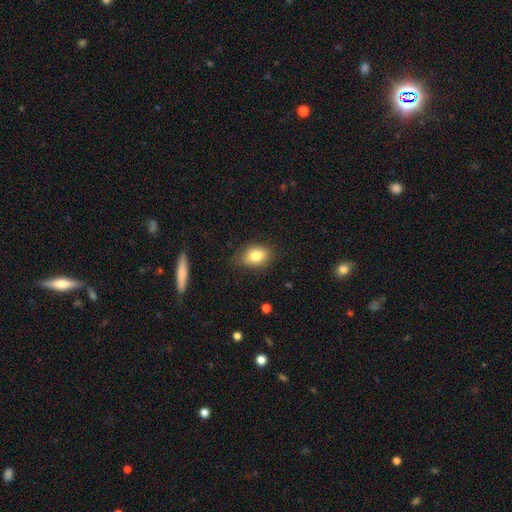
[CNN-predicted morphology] Overall: smooth (81%). How rounded: in between (75%). Merging: none (79%).